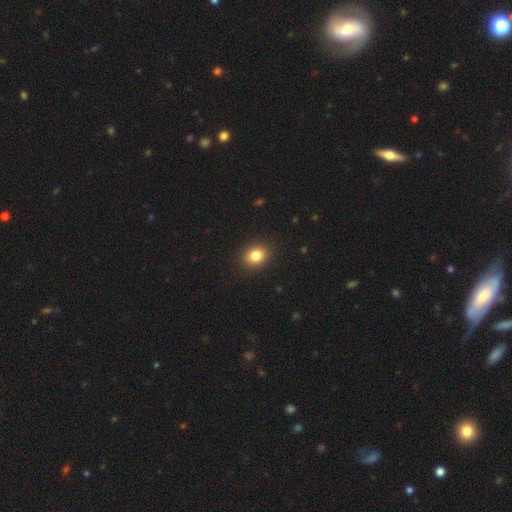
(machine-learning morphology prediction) Smooth or featured? Predicted: smooth (p=0.83). How rounded? Predicted: in between (p=0.52). Merging? Predicted: none (p=0.90).